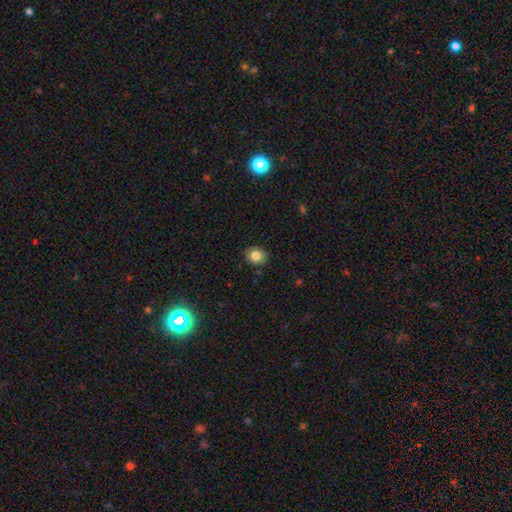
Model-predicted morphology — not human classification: Smooth or featured? smooth (82%)
How rounded? round (72%)
Merging? none (87%)